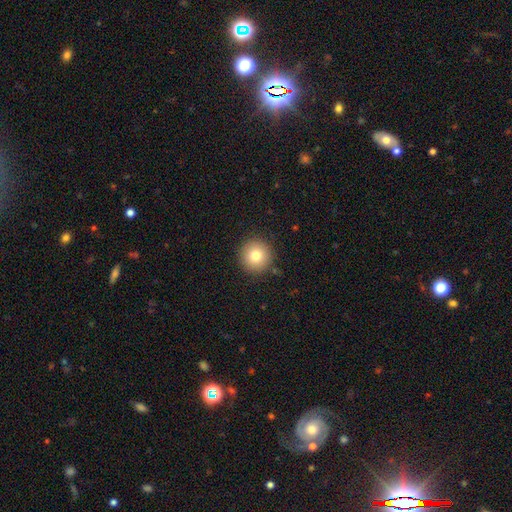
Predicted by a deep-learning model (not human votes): smooth_or_featured: smooth (p=0.78) [alt: star or artifact p=0.11]
how_rounded: round (p=0.95) [alt: in between p=0.04]
merging: none (p=0.90) [alt: minor disturbance p=0.06]